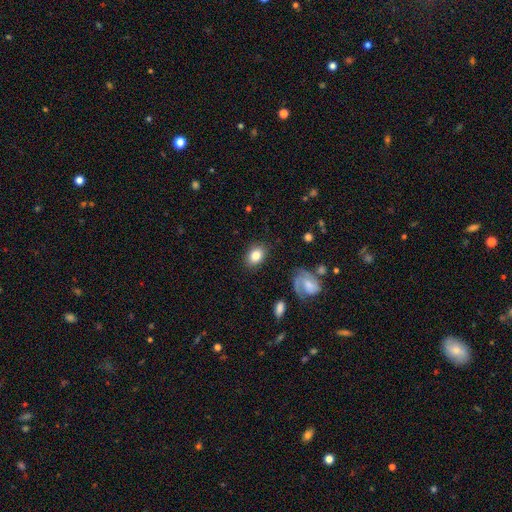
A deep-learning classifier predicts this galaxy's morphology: Smooth or featured? Predicted: smooth (p=0.81). How rounded? Predicted: in between (p=0.74). Merging? Predicted: none (p=0.84).